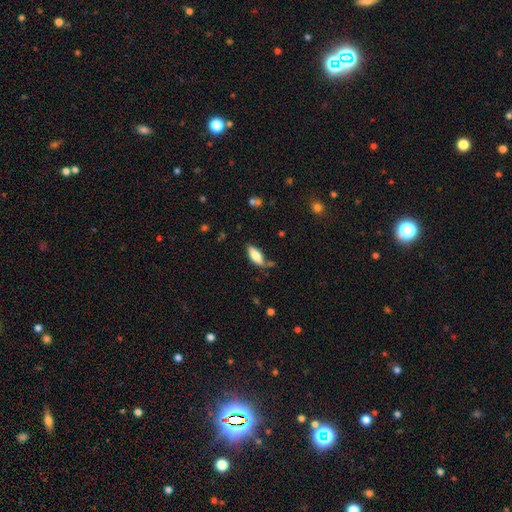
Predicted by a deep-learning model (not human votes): Smooth or featured?
  - smooth: 73% *
  - featured or disk: 20%
  - star or artifact: 7%
How rounded?
  - in between: 68% *
  - cigar-shaped: 30%
  - round: 2%
Merging?
  - none: 67% *
  - minor disturbance: 21%
  - merger: 6%
  - major disturbance: 5%